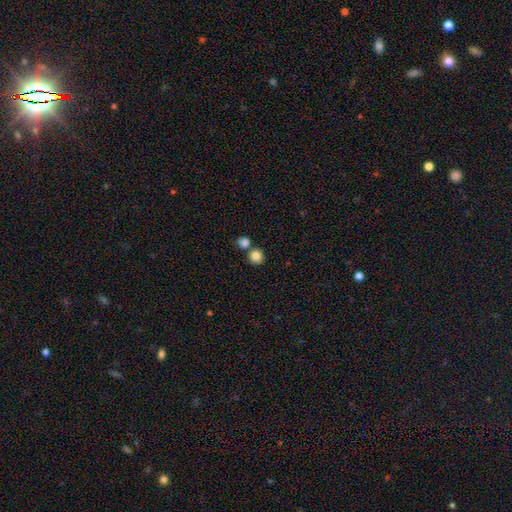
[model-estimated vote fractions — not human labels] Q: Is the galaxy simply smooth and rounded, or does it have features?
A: smooth — 84%.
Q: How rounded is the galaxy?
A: round — 90%.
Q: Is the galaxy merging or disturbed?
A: none — 66%.